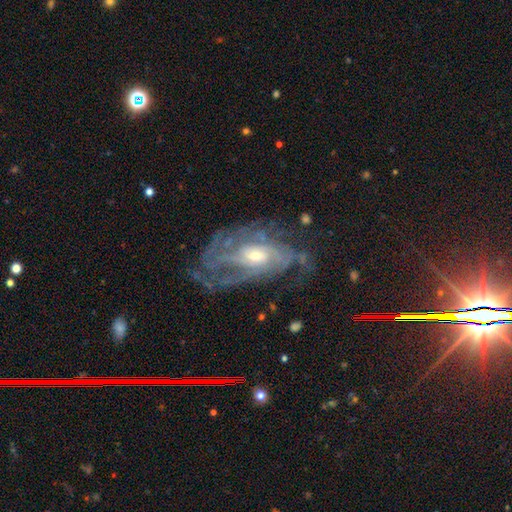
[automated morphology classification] Q: Smooth or featured?
A: featured or disk (85%); runner-up: smooth (9%)
Q: Edge-on disk?
A: no (94%); runner-up: yes (6%)
Q: Bar?
A: no (63%); runner-up: weak (30%)
Q: Spiral arms?
A: yes (90%); runner-up: no (10%)
Q: Spiral winding?
A: tight (53%); runner-up: medium (35%)
Q: Spiral arm count?
A: can't tell (43%); runner-up: 2 (17%)
Q: Bulge size?
A: small (49%); runner-up: moderate (44%)
Q: Merging?
A: none (57%); runner-up: minor disturbance (21%)